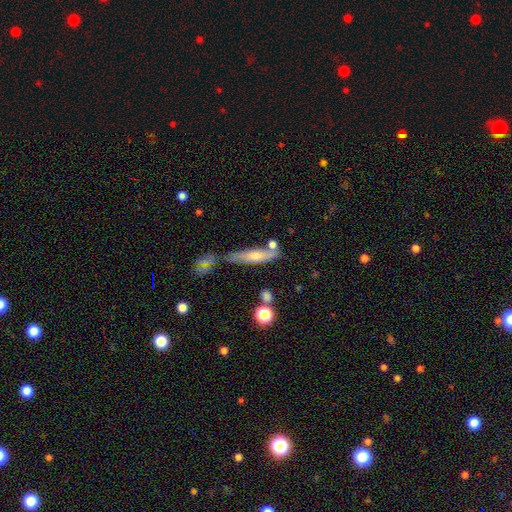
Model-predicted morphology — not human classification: A smooth galaxy with no disk features (54%) that is cigar-shaped (76%).

Vote fractions:
- Smooth or featured? smooth: 54% / featured or disk: 37% / star or artifact: 10%
- How rounded? cigar-shaped: 76% / in between: 21% / round: 3%
- Merging? none: 55% / merger: 19% / minor disturbance: 19% / major disturbance: 7%